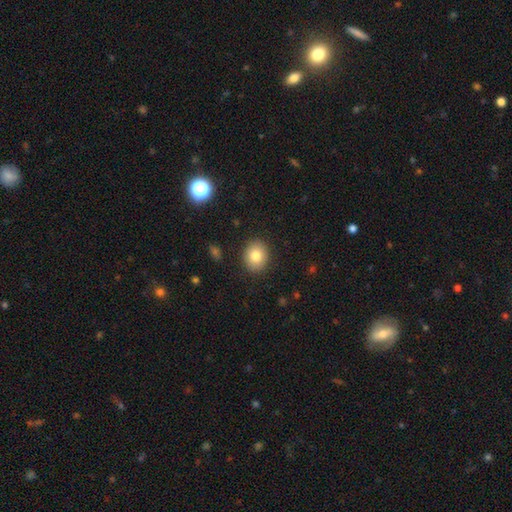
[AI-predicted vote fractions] Smooth or featured? Predicted: smooth (p=0.82). How rounded? Predicted: round (p=0.64). Merging? Predicted: none (p=0.89).